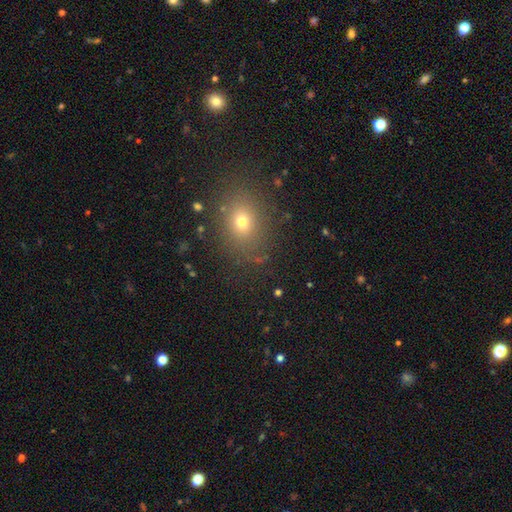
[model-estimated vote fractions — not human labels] Morphology: type=smooth (64%); roundness=in between (49%, tied with round); merging=none (84%).